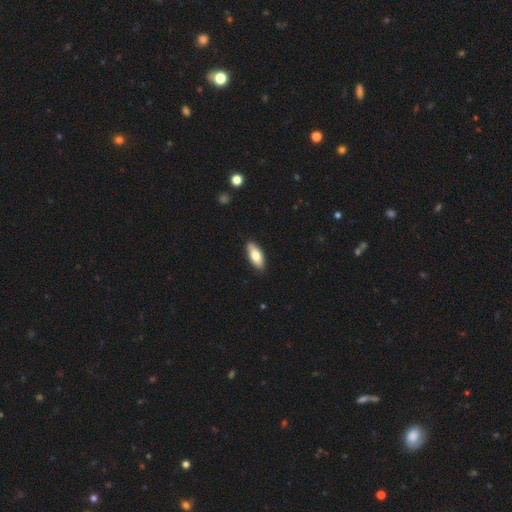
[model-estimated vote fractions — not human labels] smooth 77%, featured or disk 18%, star or artifact 6%. Down the decision tree: how rounded — in between (81%); merging — none (87%).